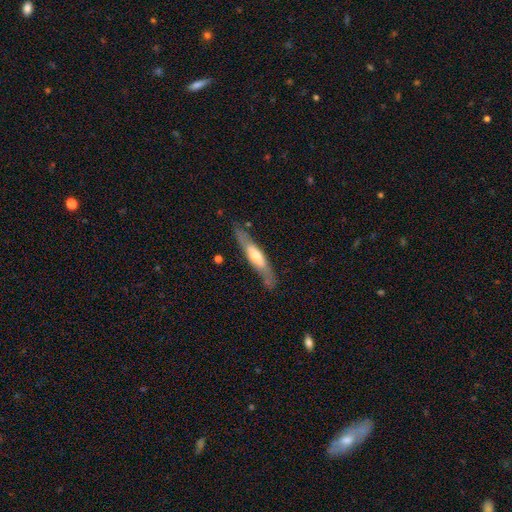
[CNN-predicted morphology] The model was most divided on "smooth or featured": featured or disk: 56%, smooth: 38%, star or artifact: 6%. More confident: merging — none (77%); edge-on disk — yes (70%).